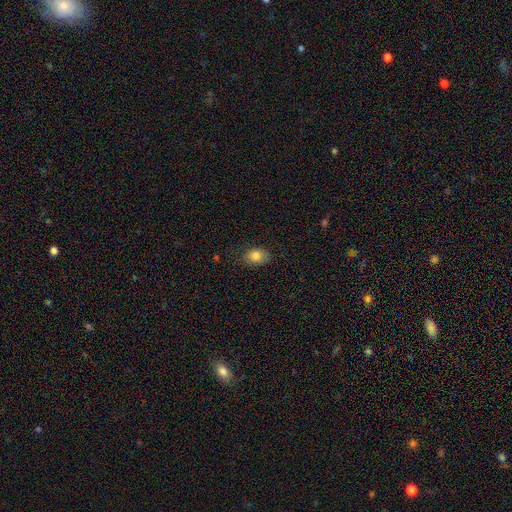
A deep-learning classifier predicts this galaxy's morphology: Q: Smooth or featured?
A: smooth (83%); runner-up: star or artifact (9%)
Q: How rounded?
A: in between (71%); runner-up: round (28%)
Q: Merging?
A: none (77%); runner-up: minor disturbance (18%)